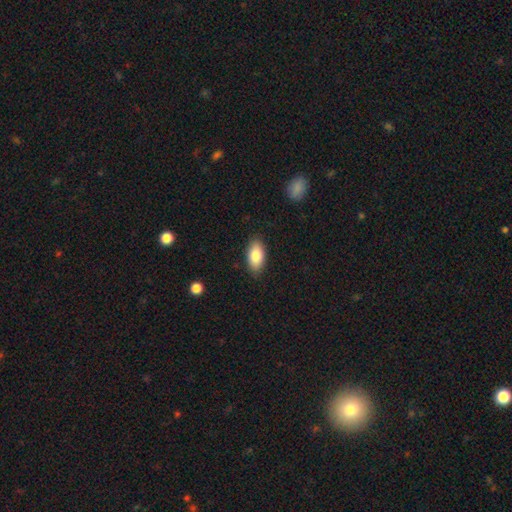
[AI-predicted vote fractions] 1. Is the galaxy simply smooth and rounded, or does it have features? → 83% smooth, 10% featured or disk, 7% star or artifact.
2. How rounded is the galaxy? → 92% in between, 5% cigar-shaped, 3% round.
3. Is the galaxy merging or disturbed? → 87% none, 10% minor disturbance, 2% major disturbance, 1% merger.